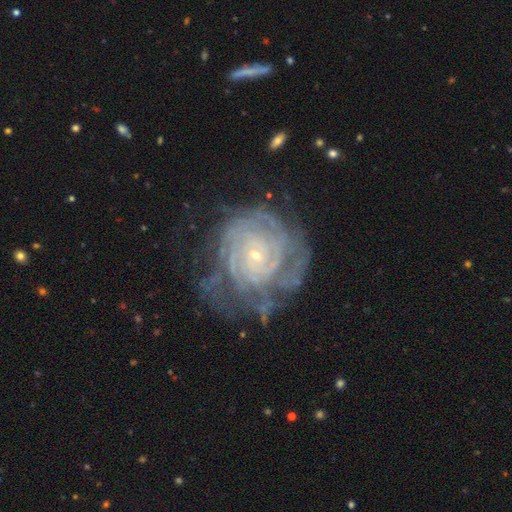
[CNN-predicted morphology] A featured or disk galaxy (86%) with no bar (76%), tight (81%) spiral arms (96%) and a small central bulge (87%). Merging: none (61%).